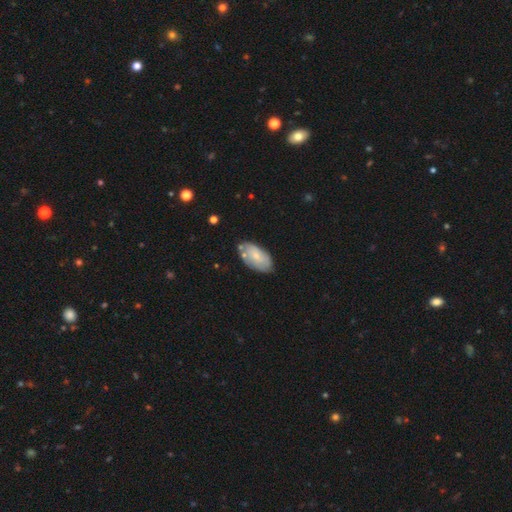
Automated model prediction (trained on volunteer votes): Smooth or featured?
  - smooth: 60% *
  - featured or disk: 34%
  - star or artifact: 6%
How rounded?
  - in between: 94% *
  - cigar-shaped: 3%
  - round: 3%
Merging?
  - none: 68% *
  - minor disturbance: 22%
  - merger: 6%
  - major disturbance: 5%